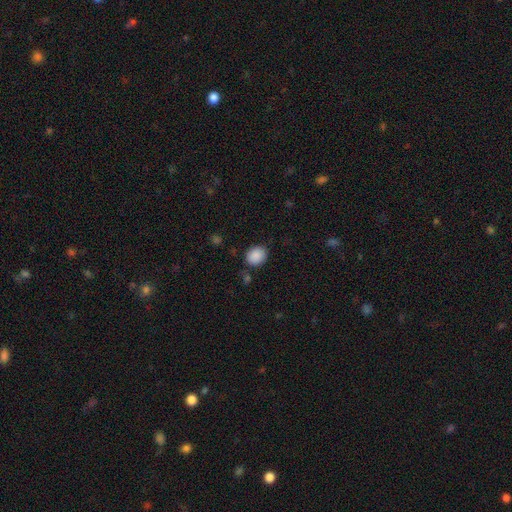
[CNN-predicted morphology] Smooth or featured?
  - smooth: 89% *
  - star or artifact: 8%
  - featured or disk: 3%
How rounded?
  - round: 61% *
  - in between: 38%
  - cigar-shaped: 1%
Merging?
  - none: 81% *
  - minor disturbance: 12%
  - major disturbance: 3%
  - merger: 3%